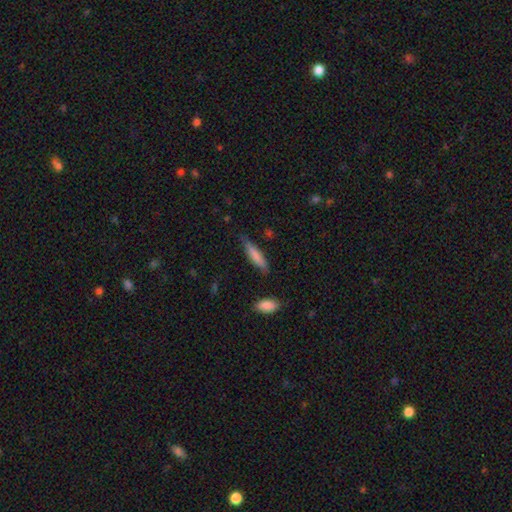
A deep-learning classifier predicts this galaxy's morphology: Smooth or featured?
  - smooth: 73% *
  - featured or disk: 20%
  - star or artifact: 6%
How rounded?
  - cigar-shaped: 80% *
  - in between: 18%
  - round: 2%
Merging?
  - none: 72% *
  - minor disturbance: 21%
  - major disturbance: 4%
  - merger: 3%